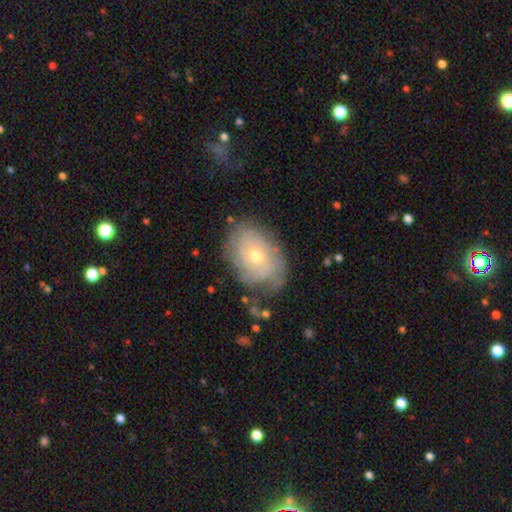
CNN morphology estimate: Smooth or featured: featured or disk — 69% (smooth — 24%)
Edge-on disk: no — 95% (yes — 5%)
Bar: no — 82% (weak — 15%)
Spiral arms: yes — 82% (no — 18%)
Spiral winding: tight — 67% (medium — 23%)
Spiral arm count: can't tell — 51% (2 — 17%)
Bulge size: moderate — 51% (small — 46%)
Merging: none — 67% (minor disturbance — 22%)